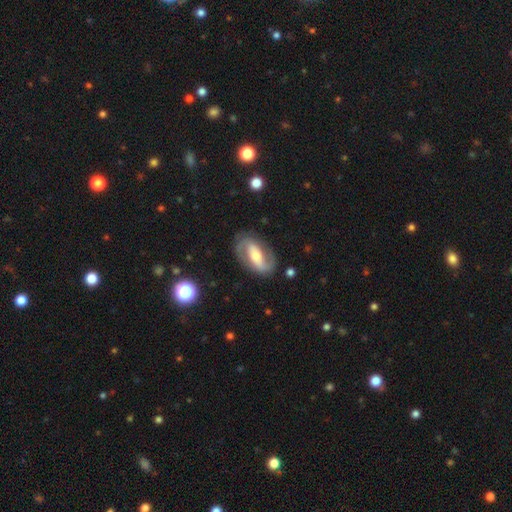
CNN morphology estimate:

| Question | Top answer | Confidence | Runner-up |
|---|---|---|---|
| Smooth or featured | featured or disk | 80% | smooth (15%) |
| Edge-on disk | no | 96% | yes (4%) |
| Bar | strong | 46% | weak (32%) |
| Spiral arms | yes | 90% | no (10%) |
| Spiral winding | medium | 46% | tight (28%) |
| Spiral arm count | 2 | 89% | can't tell (5%) |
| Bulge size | moderate | 54% | small (29%) |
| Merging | none | 80% | minor disturbance (13%) |